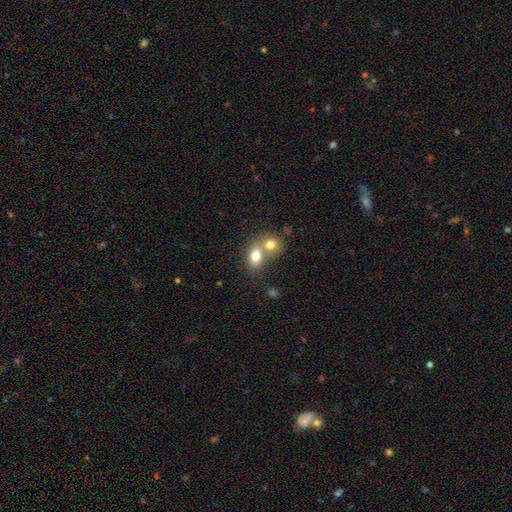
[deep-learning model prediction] A smooth galaxy with no disk features (76%) that is in between round and cigar-shaped (64%). Merging: merger (60%).